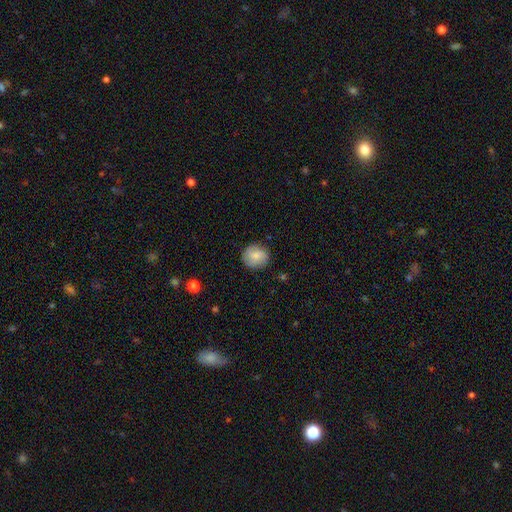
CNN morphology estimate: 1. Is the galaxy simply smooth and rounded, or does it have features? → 79% smooth, 14% featured or disk, 7% star or artifact.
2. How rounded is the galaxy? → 84% round, 15% in between, 1% cigar-shaped.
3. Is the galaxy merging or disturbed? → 84% none, 12% minor disturbance, 3% major disturbance, 1% merger.